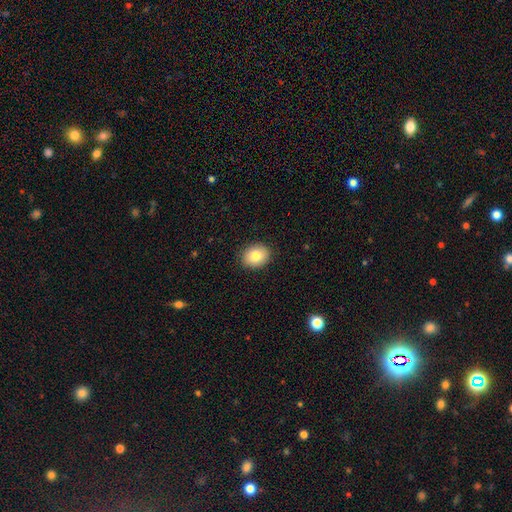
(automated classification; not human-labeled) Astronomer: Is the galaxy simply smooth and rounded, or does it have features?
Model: smooth — 82%.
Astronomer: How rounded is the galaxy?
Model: round — 54% (runner-up: in between, 45%).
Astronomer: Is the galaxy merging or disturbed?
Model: none — 89%.